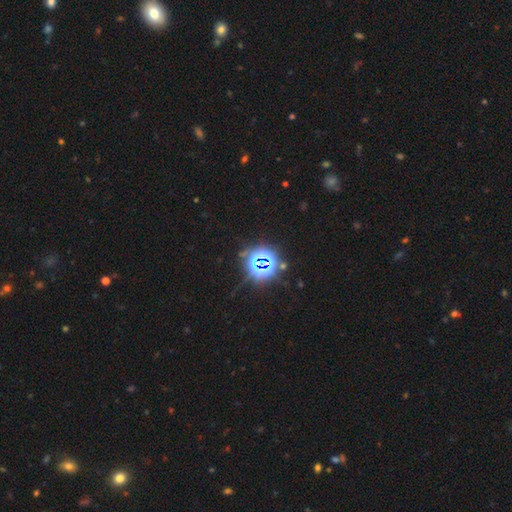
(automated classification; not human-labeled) Smooth or featured?
  - star or artifact: 81% *
  - smooth: 11%
  - featured or disk: 8%